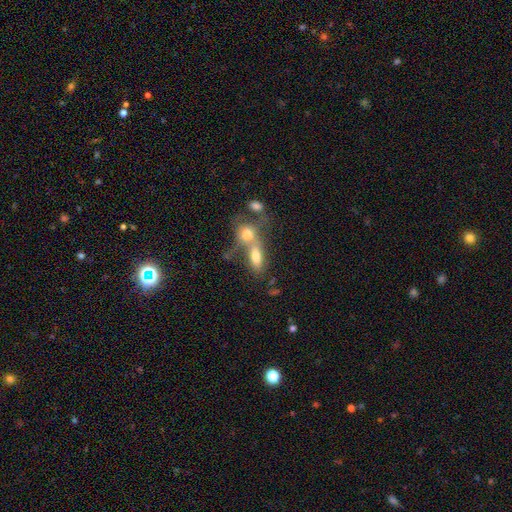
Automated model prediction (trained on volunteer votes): smooth_or_featured: smooth (p=0.62) [alt: featured or disk p=0.24]
how_rounded: in between (p=0.73) [alt: round p=0.14]
merging: merger (p=0.56) [alt: none p=0.30]